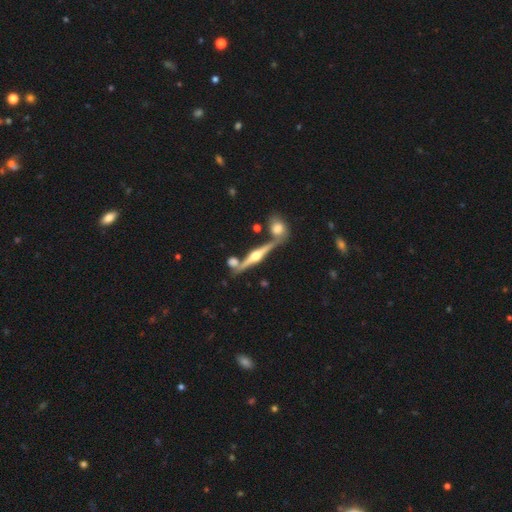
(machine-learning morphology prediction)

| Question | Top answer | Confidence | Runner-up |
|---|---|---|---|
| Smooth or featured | featured or disk | 83% | smooth (12%) |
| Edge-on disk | yes | 98% | no (2%) |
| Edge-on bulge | rounded | 96% | boxy (3%) |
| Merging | none | 75% | merger (14%) |